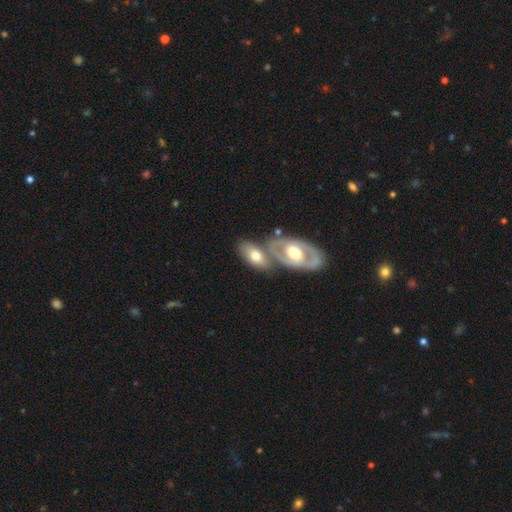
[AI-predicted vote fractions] smooth 49%, featured or disk 46%, star or artifact 5%. Down the decision tree: merging — none (46%).